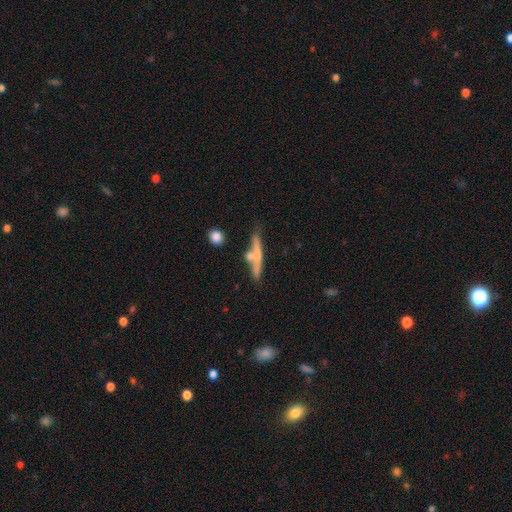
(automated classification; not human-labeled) The model was most divided on "smooth or featured": smooth: 47%, featured or disk: 46%, star or artifact: 7%. More confident: merging — none (59%).